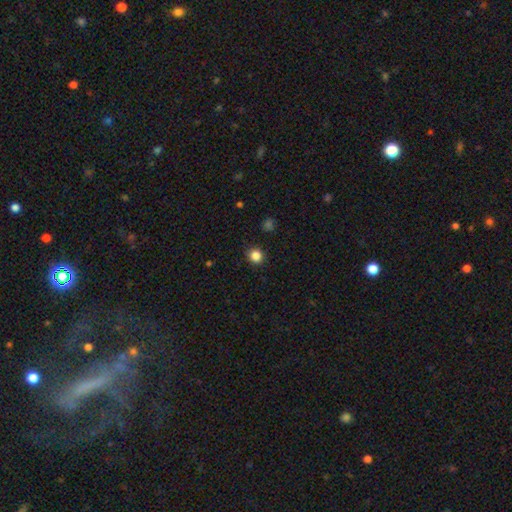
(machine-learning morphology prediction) Smooth or featured: smooth — 85% (star or artifact — 12%)
How rounded: round — 89% (in between — 10%)
Merging: none — 90% (minor disturbance — 6%)